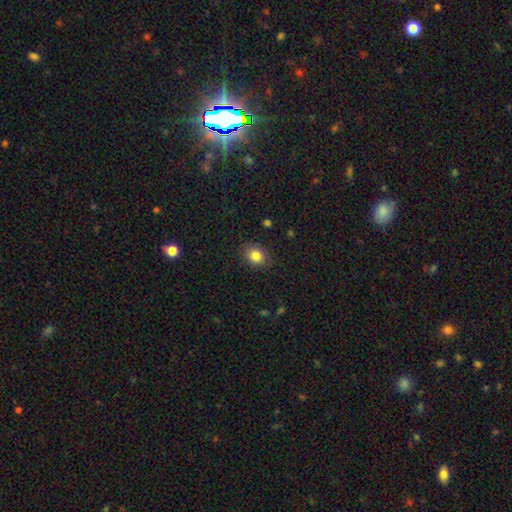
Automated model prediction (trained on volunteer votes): This appears to be a smooth galaxy with no disk features (83%) that is round (52%). Merging: none (84%).